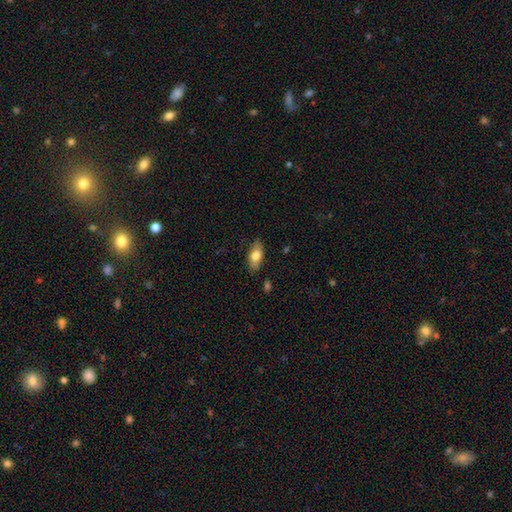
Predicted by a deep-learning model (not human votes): smooth 76%, featured or disk 18%, star or artifact 6%. Down the decision tree: how rounded — in between (88%); merging — none (84%).